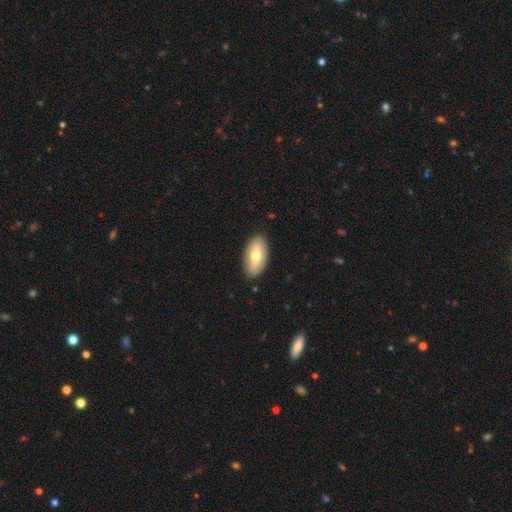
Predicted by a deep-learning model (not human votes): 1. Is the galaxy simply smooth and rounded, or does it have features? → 65% smooth, 29% featured or disk, 6% star or artifact.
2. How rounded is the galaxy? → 93% in between, 4% cigar-shaped, 3% round.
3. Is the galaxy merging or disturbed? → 87% none, 10% minor disturbance, 2% major disturbance, 1% merger.